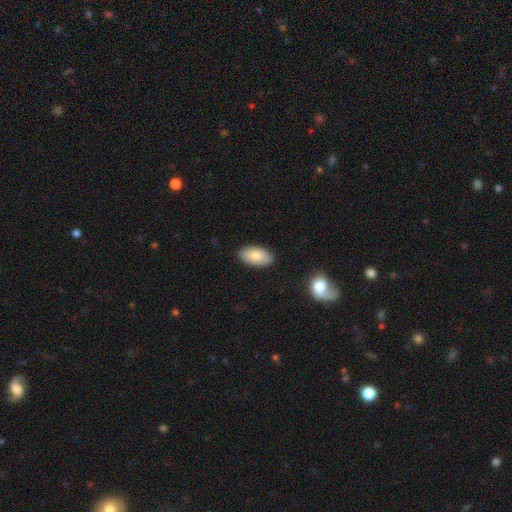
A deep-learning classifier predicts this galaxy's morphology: smooth-or-featured: smooth: 82% | featured or disk: 12% | star or artifact: 6%
  how-rounded: in between: 95% | round: 3% | cigar-shaped: 2%
  merging: none: 88% | minor disturbance: 9% | major disturbance: 2% | merger: 1%